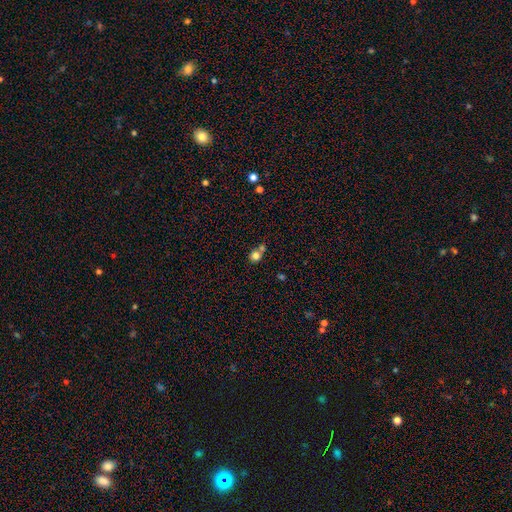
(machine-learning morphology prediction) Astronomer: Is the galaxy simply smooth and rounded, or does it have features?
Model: smooth — 79%.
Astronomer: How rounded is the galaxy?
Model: round — 81%.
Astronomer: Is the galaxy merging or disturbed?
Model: none — 44% (runner-up: merger, 43%).